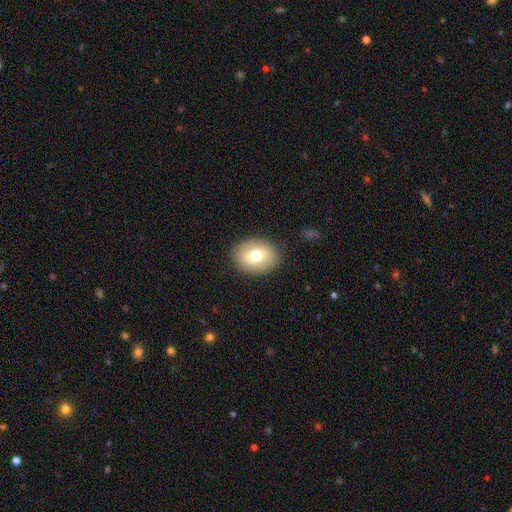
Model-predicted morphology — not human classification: Smooth or featured? Predicted: smooth (p=0.71). How rounded? Predicted: in between (p=0.65). Merging? Predicted: none (p=0.88).